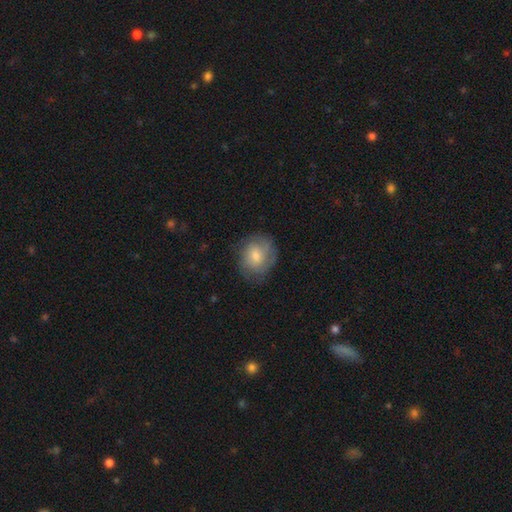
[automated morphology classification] Smooth or featured? Predicted: smooth (p=0.59). How rounded? Predicted: round (p=0.63). Merging? Predicted: none (p=0.71).